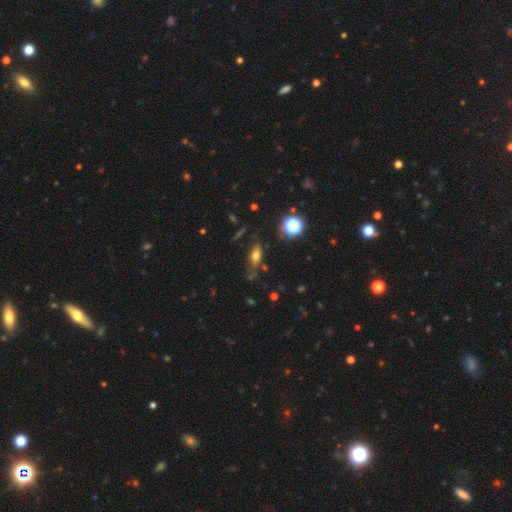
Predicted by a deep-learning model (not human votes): smooth_or_featured: smooth (p=0.61) [alt: featured or disk p=0.23]
how_rounded: in between (p=0.70) [alt: cigar-shaped p=0.18]
merging: none (p=0.65) [alt: minor disturbance p=0.20]